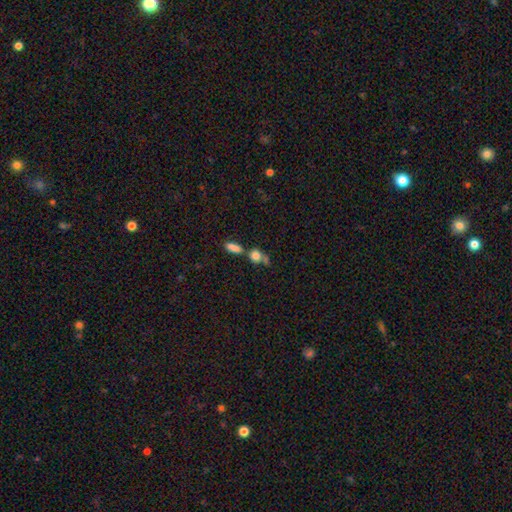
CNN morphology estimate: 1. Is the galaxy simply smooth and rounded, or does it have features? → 79% smooth, 11% star or artifact, 10% featured or disk.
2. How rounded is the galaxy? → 63% round, 32% in between, 5% cigar-shaped.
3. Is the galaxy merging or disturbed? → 42% none, 37% merger, 13% minor disturbance, 8% major disturbance.